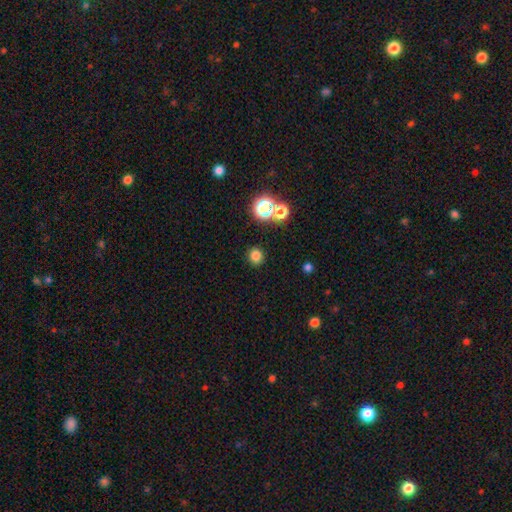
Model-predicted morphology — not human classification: smooth-or-featured: smooth: 78% | star or artifact: 17% | featured or disk: 5%
  how-rounded: round: 88% | in between: 11% | cigar-shaped: 1%
  merging: none: 88% | minor disturbance: 6% | merger: 3% | major disturbance: 3%